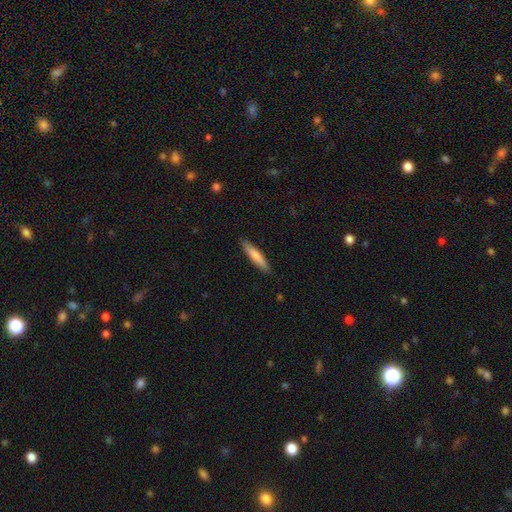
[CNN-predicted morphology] A smooth galaxy with no disk features (75%) that is cigar-shaped (88%).

Vote fractions:
- Smooth or featured? smooth: 75% / featured or disk: 19% / star or artifact: 5%
- How rounded? cigar-shaped: 88% / in between: 11% / round: 1%
- Merging? none: 89% / minor disturbance: 8% / major disturbance: 2% / merger: 1%